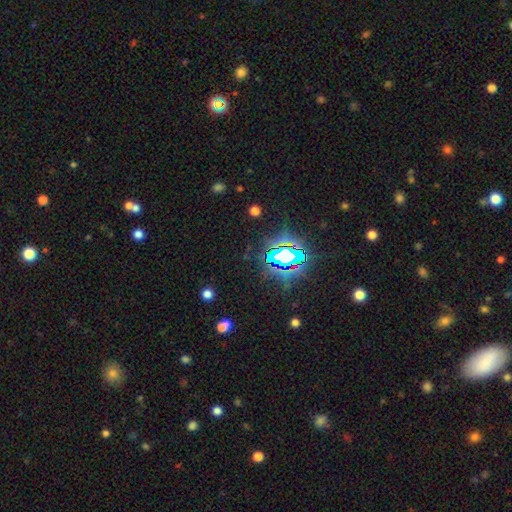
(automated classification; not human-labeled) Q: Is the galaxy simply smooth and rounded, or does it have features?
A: star or artifact — 82%.